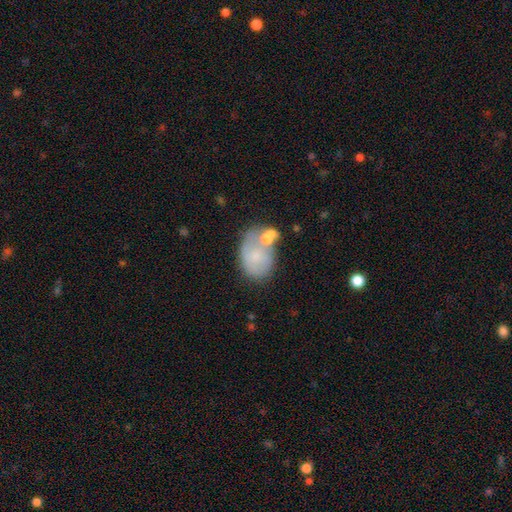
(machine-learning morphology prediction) Q: Smooth or featured?
A: smooth (60%); runner-up: featured or disk (31%)
Q: How rounded?
A: in between (76%); runner-up: round (23%)
Q: Merging?
A: none (40%); runner-up: minor disturbance (24%)